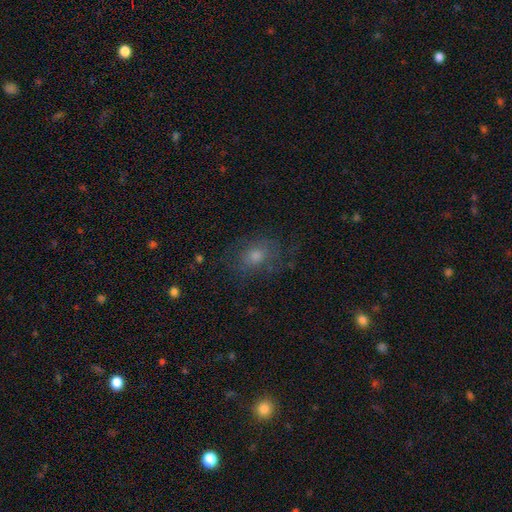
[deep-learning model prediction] smooth-or-featured: smooth: 47% | featured or disk: 31% | star or artifact: 22%
  merging: none: 70% | minor disturbance: 18% | major disturbance: 11% | merger: 1%